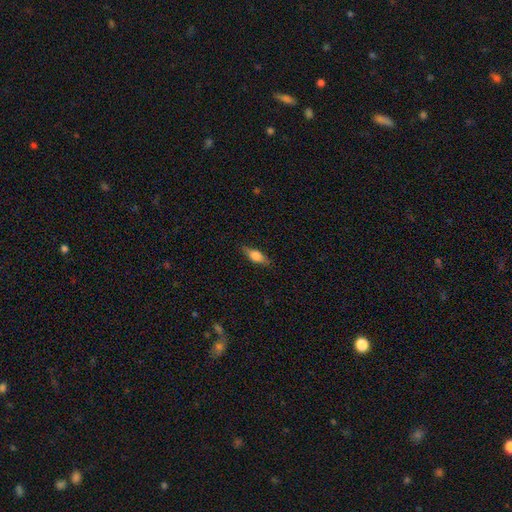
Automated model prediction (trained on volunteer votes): smooth-or-featured: smooth: 63% | featured or disk: 29% | star or artifact: 7%
  how-rounded: in between: 66% | cigar-shaped: 29% | round: 4%
  merging: none: 82% | minor disturbance: 14% | major disturbance: 3% | merger: 1%